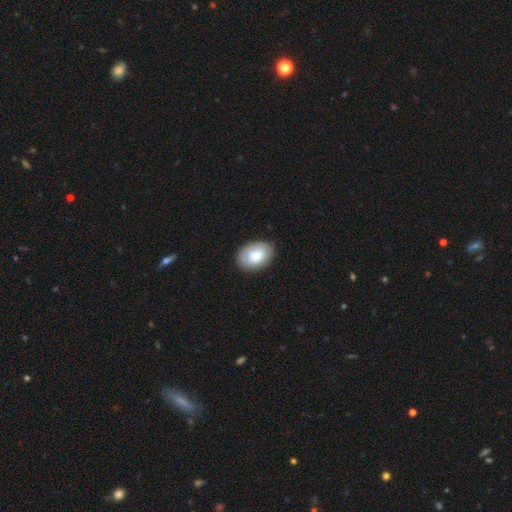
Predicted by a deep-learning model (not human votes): A smooth galaxy with no disk features (76%) that is in between round and cigar-shaped (84%). Merging: none (83%).